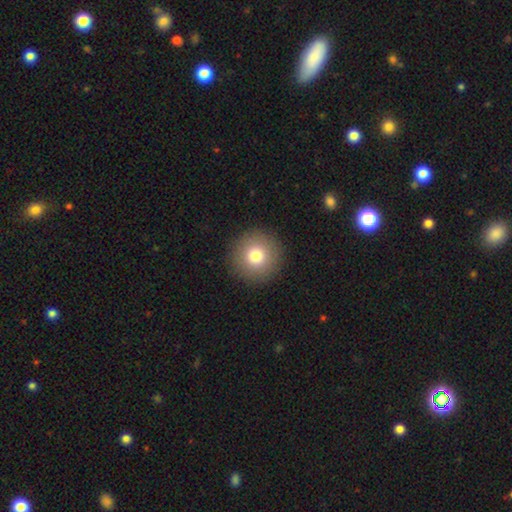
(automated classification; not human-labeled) Q: Smooth or featured?
A: smooth (78%); runner-up: featured or disk (11%)
Q: How rounded?
A: round (96%); runner-up: in between (3%)
Q: Merging?
A: none (92%); runner-up: minor disturbance (5%)